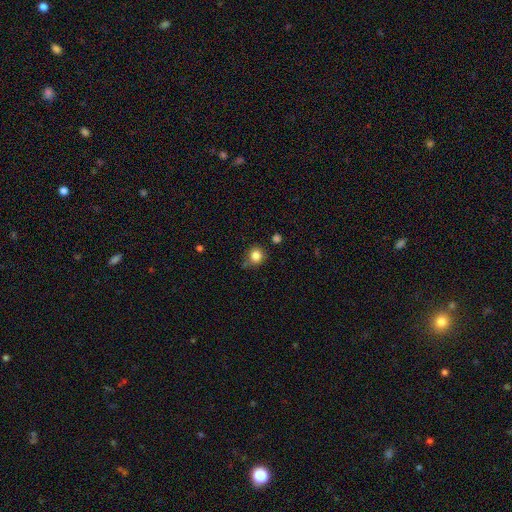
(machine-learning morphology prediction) Smooth or featured? Predicted: smooth (p=0.84). How rounded? Predicted: round (p=0.87). Merging? Predicted: none (p=0.66).